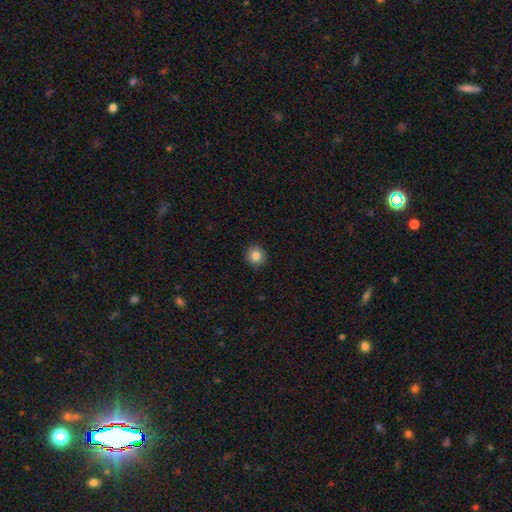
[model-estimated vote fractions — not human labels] Smooth or featured?
  - smooth: 83% *
  - star or artifact: 10%
  - featured or disk: 7%
How rounded?
  - round: 92% *
  - in between: 7%
  - cigar-shaped: 1%
Merging?
  - none: 92% *
  - minor disturbance: 5%
  - major disturbance: 2%
  - merger: 1%